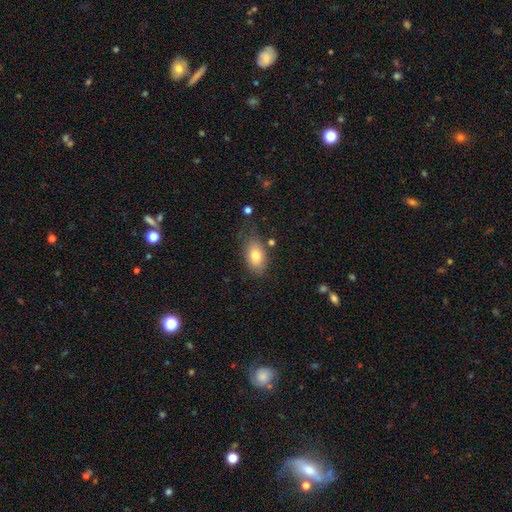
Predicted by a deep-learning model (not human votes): This is likely a smooth galaxy (78%). How rounded: clearly in between (89%). Merging: likely none (66%).